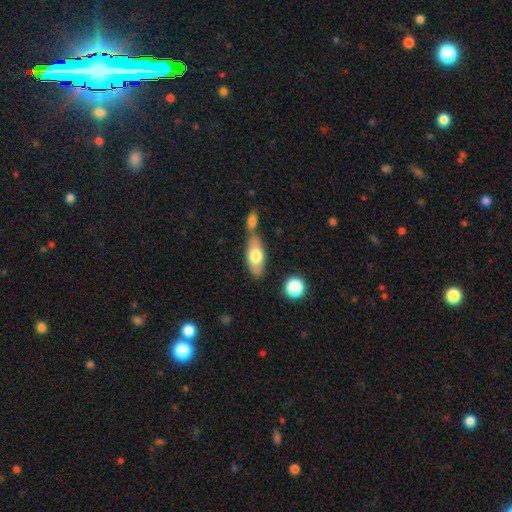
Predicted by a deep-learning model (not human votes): Smooth or featured? smooth (68%)
How rounded? in between (80%)
Merging? none (51%)